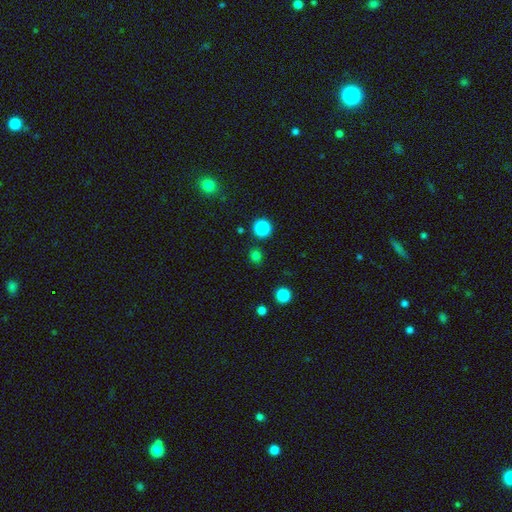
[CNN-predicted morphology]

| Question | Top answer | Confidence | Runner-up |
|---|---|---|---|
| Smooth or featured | smooth | 75% | star or artifact (21%) |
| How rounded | round | 85% | in between (14%) |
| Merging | none | 87% | minor disturbance (7%) |